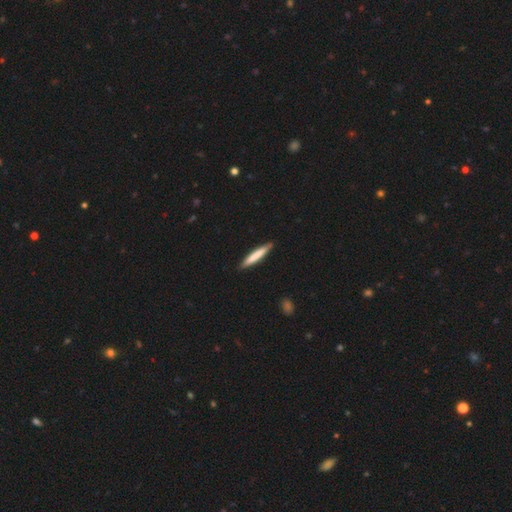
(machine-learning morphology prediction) A smooth galaxy with no disk features (74%) that is cigar-shaped (94%). Merging: none (90%).